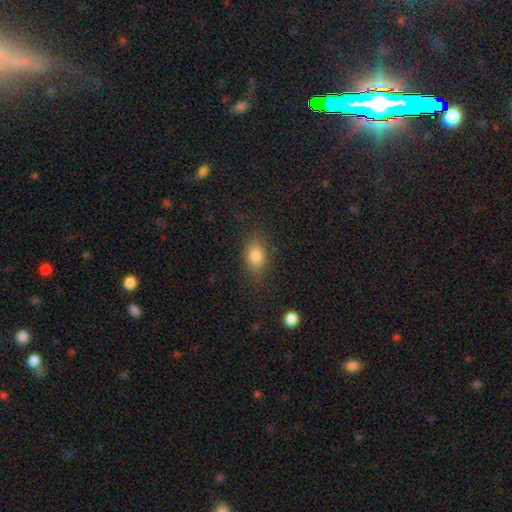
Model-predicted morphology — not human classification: The model was most divided on "how rounded": in between: 79%, round: 17%, cigar-shaped: 4%. More confident: smooth or featured — smooth (81%); merging — none (78%).